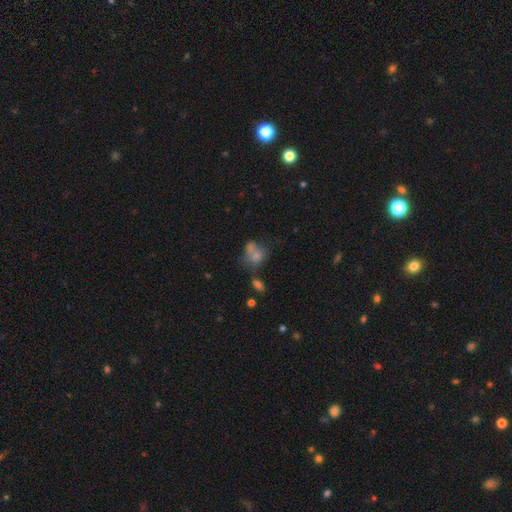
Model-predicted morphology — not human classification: A smooth galaxy with no disk features (57%) that is round (50%). Merging: none (38%).